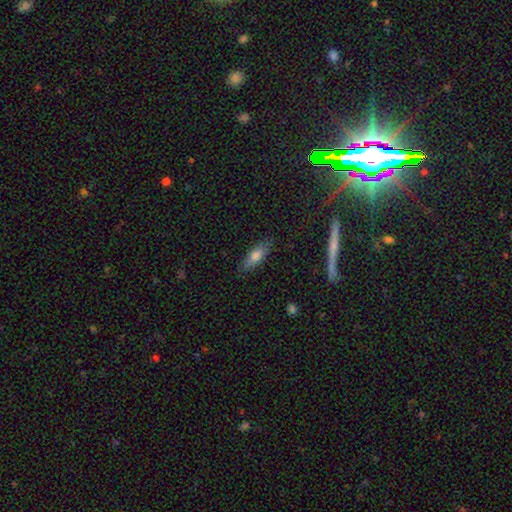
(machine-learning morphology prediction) The model was most divided on "how rounded": in between: 54%, cigar-shaped: 43%, round: 2%. More confident: merging — none (83%); smooth or featured — smooth (70%).